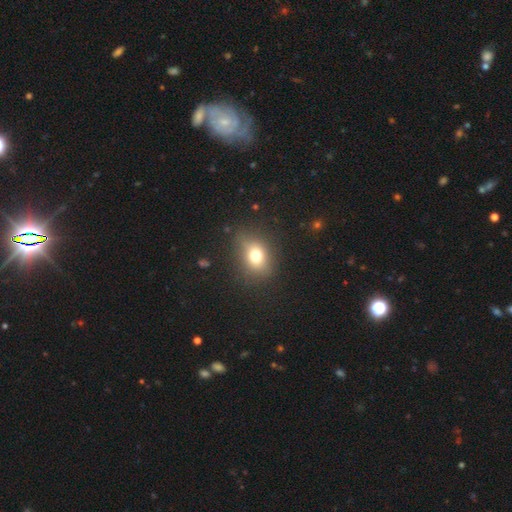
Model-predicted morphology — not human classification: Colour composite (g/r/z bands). It shows a smooth galaxy with no disk features (72%) that is in between round and cigar-shaped (54%). Merging: none (77%).